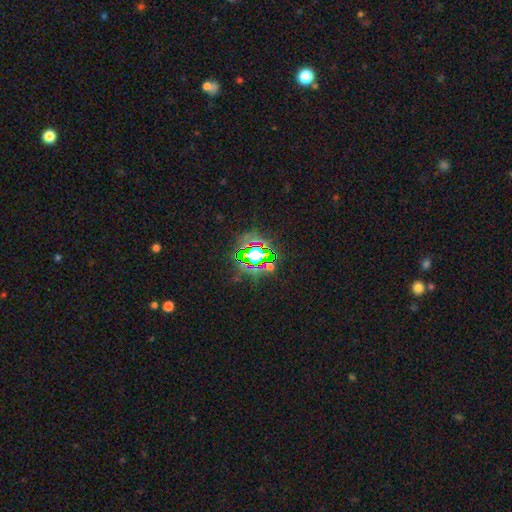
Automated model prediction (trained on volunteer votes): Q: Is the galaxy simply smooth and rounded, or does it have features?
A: star or artifact — 68%.